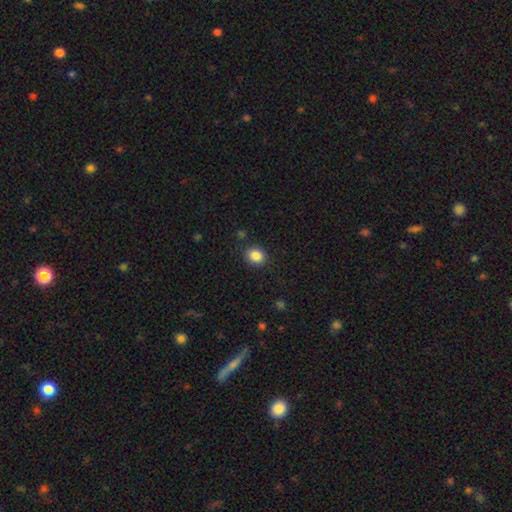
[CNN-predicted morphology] A smooth galaxy with no disk features (86%) that is round (64%).

Vote fractions:
- Smooth or featured? smooth: 86% / star or artifact: 10% / featured or disk: 4%
- How rounded? round: 64% / in between: 36% / cigar-shaped: 1%
- Merging? none: 87% / minor disturbance: 8% / major disturbance: 3% / merger: 2%